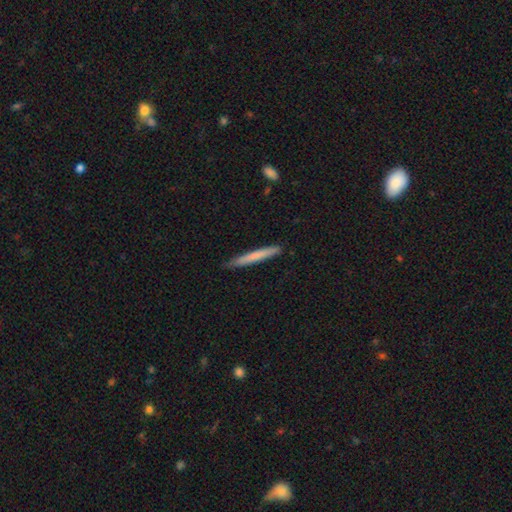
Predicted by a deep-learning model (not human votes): Smooth or featured?
  - smooth: 67% *
  - featured or disk: 27%
  - star or artifact: 5%
How rounded?
  - cigar-shaped: 97% *
  - in between: 2%
  - round: 1%
Merging?
  - none: 87% *
  - minor disturbance: 10%
  - major disturbance: 2%
  - merger: 1%